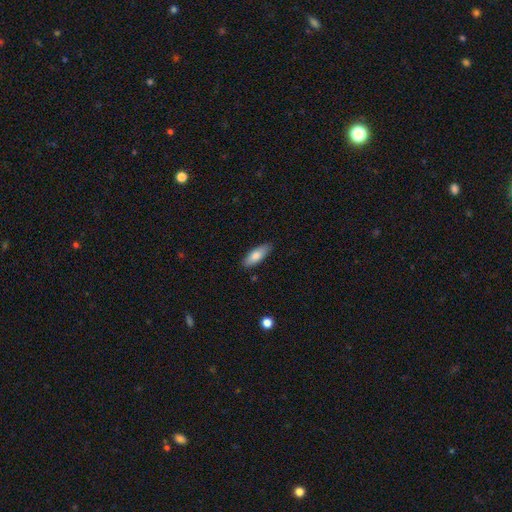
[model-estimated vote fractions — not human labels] This is likely a smooth galaxy (78%). How rounded: likely in between (67%). Merging: clearly none (86%).